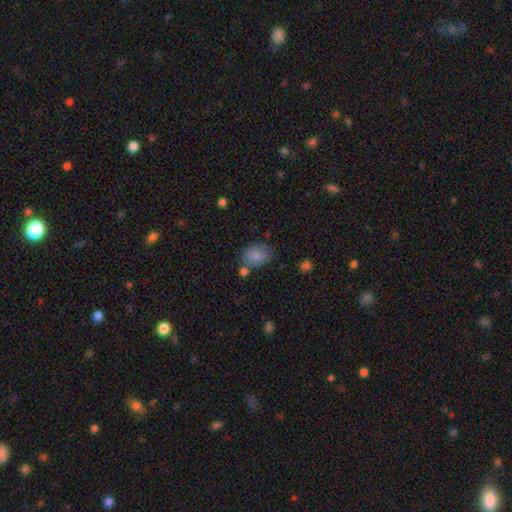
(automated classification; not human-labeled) Smooth or featured? smooth (83%)
How rounded? in between (61%)
Merging? none (64%)